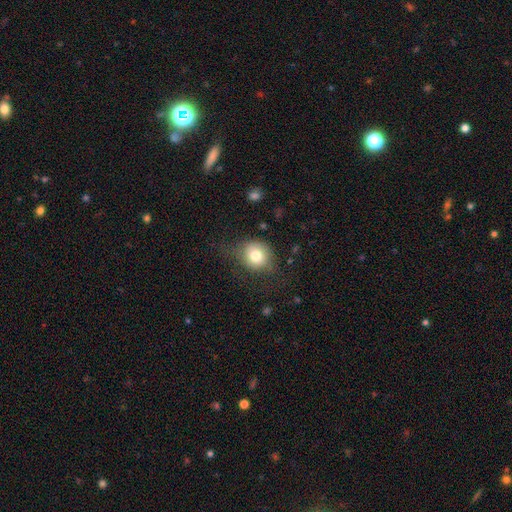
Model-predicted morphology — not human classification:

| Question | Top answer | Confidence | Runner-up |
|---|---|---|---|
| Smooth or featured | smooth | 78% | featured or disk (12%) |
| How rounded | round | 81% | in between (19%) |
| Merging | none | 64% | minor disturbance (23%) |